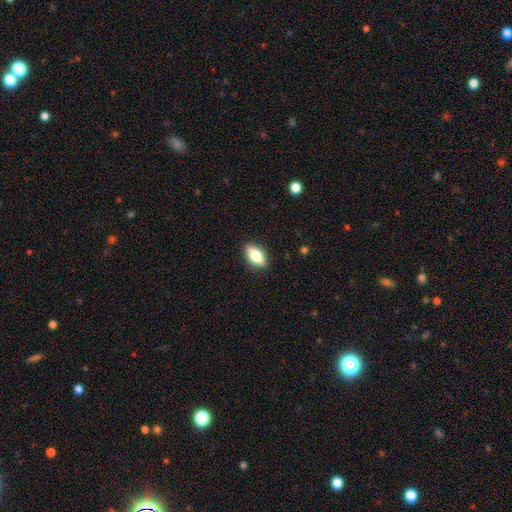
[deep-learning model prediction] A smooth galaxy with no disk features (72%) that is in between round and cigar-shaped (84%).

Vote fractions:
- Smooth or featured? smooth: 72% / featured or disk: 21% / star or artifact: 7%
- How rounded? in between: 84% / cigar-shaped: 11% / round: 5%
- Merging? none: 87% / minor disturbance: 9% / major disturbance: 2% / merger: 1%